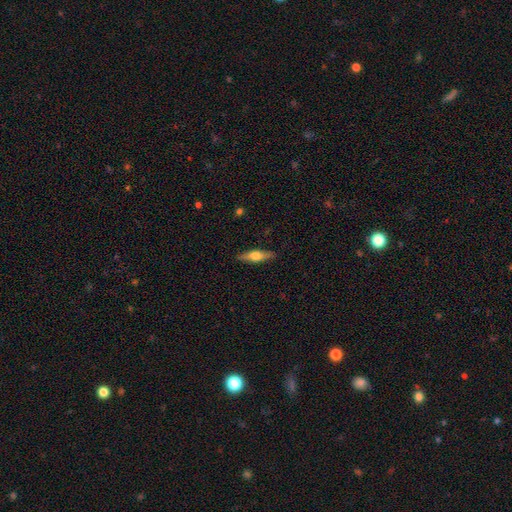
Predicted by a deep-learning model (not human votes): Smooth or featured? featured or disk (54%)
Edge-on disk? yes (94%)
Edge-on bulge? rounded (93%)
Merging? none (89%)